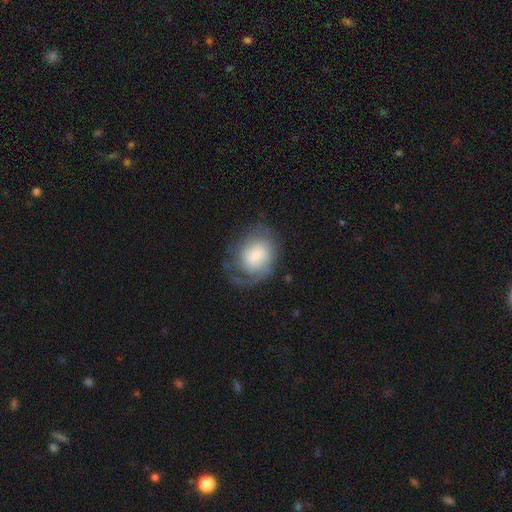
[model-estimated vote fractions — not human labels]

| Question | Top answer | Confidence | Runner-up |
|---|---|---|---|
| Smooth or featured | featured or disk | 51% | smooth (42%) |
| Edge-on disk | no | 97% | yes (3%) |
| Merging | none | 55% | minor disturbance (23%) |